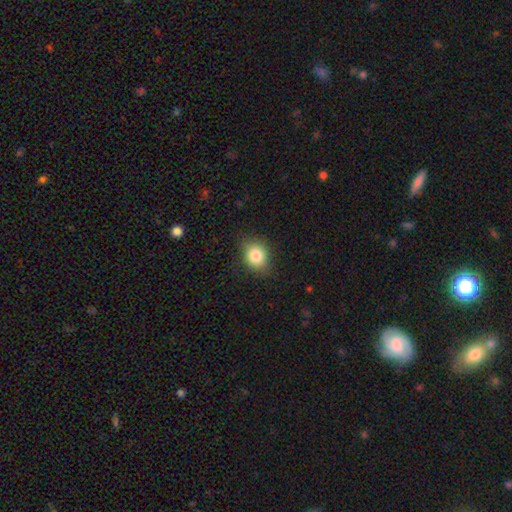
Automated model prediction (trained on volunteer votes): Smooth or featured?
  - smooth: 84% *
  - star or artifact: 10%
  - featured or disk: 7%
How rounded?
  - round: 54% *
  - in between: 45%
  - cigar-shaped: 1%
Merging?
  - none: 80% *
  - minor disturbance: 16%
  - major disturbance: 4%
  - merger: 1%